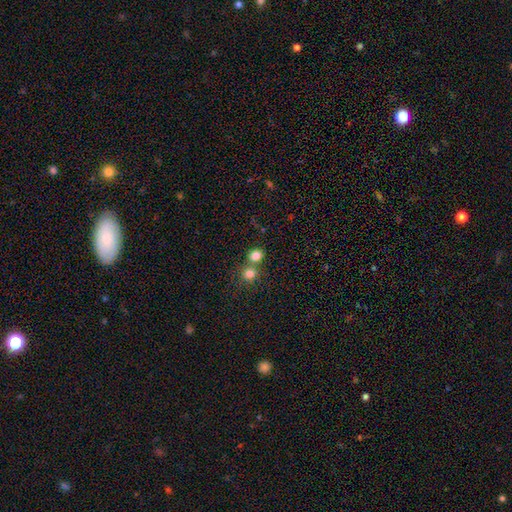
Smooth or featured? smooth (87%)
How rounded? round (85%)
Merging? none (57%)